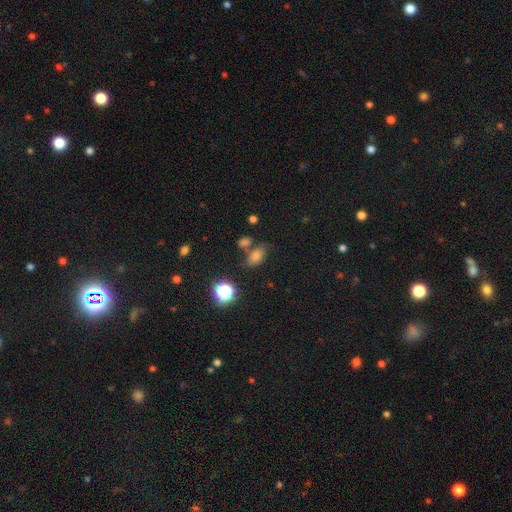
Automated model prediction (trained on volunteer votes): Morphology: type=smooth (70%); roundness=in between (81%); merging=none (59%).